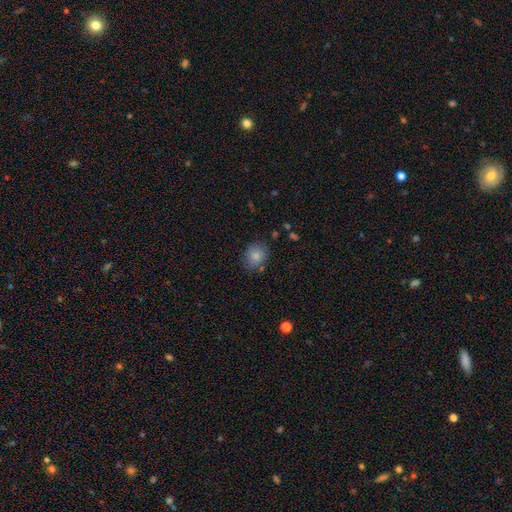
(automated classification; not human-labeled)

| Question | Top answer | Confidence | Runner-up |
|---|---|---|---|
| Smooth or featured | smooth | 83% | star or artifact (9%) |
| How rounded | round | 62% | in between (37%) |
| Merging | none | 77% | minor disturbance (16%) |